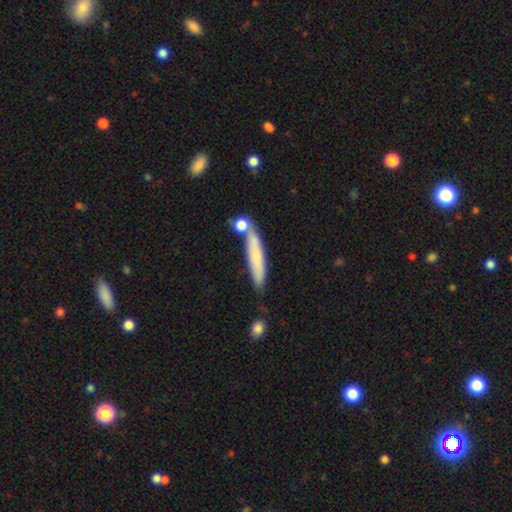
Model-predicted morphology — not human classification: Smooth or featured?
  - smooth: 69% *
  - featured or disk: 24%
  - star or artifact: 7%
How rounded?
  - cigar-shaped: 90% *
  - in between: 9%
  - round: 2%
Merging?
  - none: 66% *
  - minor disturbance: 17%
  - merger: 13%
  - major disturbance: 4%